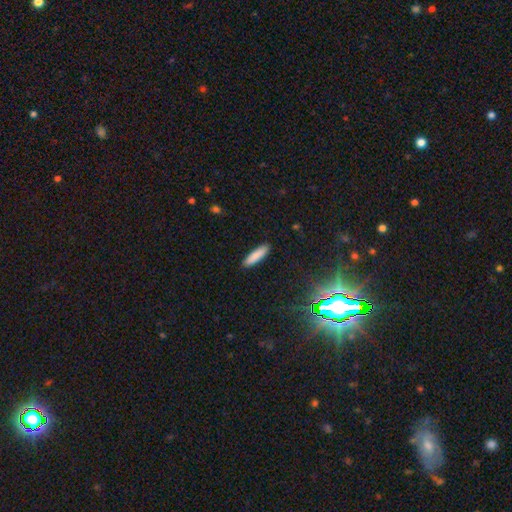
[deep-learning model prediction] Smooth or featured? Predicted: smooth (p=0.85). How rounded? Predicted: cigar-shaped (p=0.77). Merging? Predicted: none (p=0.91).